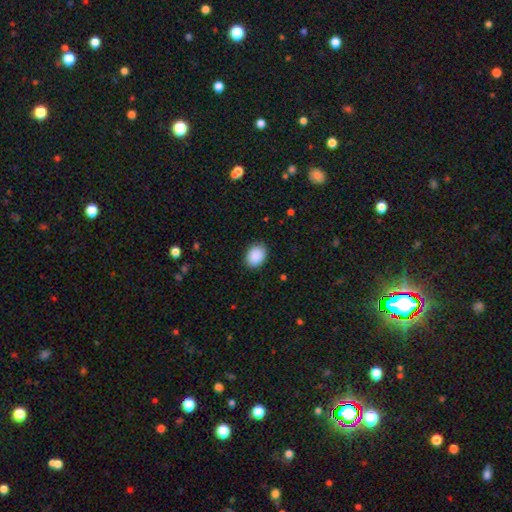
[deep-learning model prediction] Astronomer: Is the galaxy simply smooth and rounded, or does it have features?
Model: smooth — 90%.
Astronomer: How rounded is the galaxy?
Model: in between — 67%.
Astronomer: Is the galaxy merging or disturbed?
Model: none — 88%.